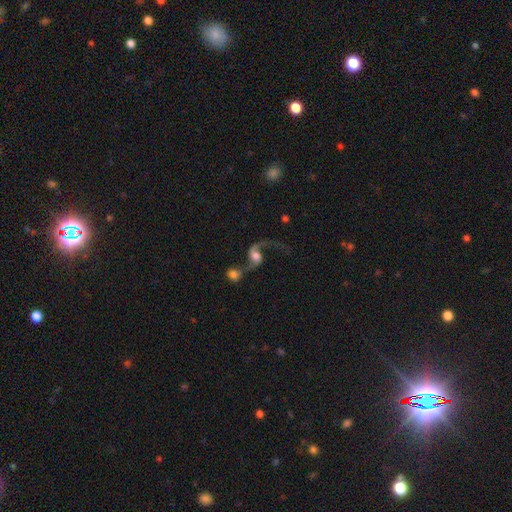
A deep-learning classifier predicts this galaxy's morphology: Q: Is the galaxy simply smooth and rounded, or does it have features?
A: featured or disk — 77%.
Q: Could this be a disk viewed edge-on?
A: no — 96%.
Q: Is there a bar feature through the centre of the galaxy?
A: no — 57%.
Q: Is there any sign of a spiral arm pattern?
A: yes — 92%.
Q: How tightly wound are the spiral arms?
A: loose — 86%.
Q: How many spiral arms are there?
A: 2 — 78%.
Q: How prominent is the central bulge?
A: moderate — 51%.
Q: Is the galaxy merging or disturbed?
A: merger — 51%.